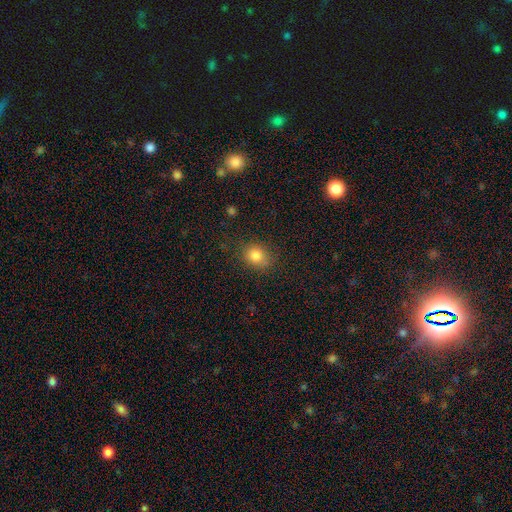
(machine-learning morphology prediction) smooth-or-featured: smooth: 83% | star or artifact: 11% | featured or disk: 6%
  how-rounded: round: 60% | in between: 38% | cigar-shaped: 1%
  merging: none: 78% | minor disturbance: 16% | major disturbance: 5% | merger: 2%